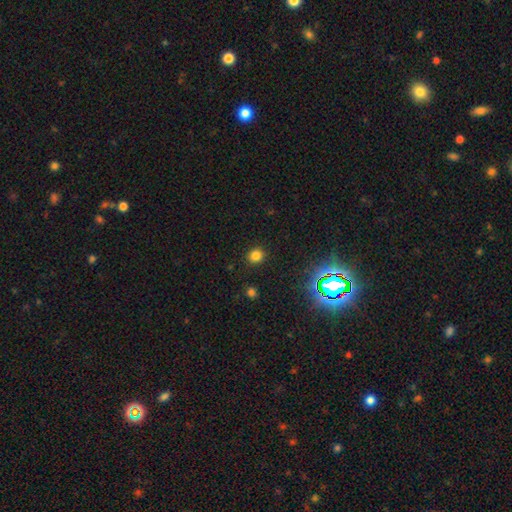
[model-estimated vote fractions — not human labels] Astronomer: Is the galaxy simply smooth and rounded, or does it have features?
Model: smooth — 77%.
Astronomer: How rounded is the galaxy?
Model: round — 84%.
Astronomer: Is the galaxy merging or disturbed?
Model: none — 90%.